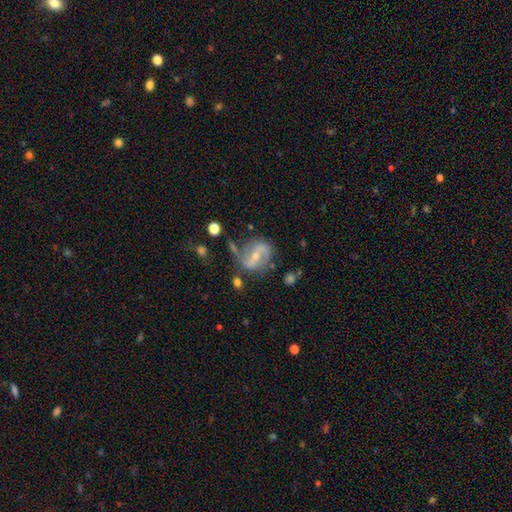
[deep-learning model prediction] smooth_or_featured: featured or disk (p=0.78) [alt: smooth p=0.14]
disk_edge_on: no (p=0.96) [alt: yes p=0.04]
bar: strong (p=0.51) [alt: weak p=0.33]
has_spiral_arms: yes (p=0.87) [alt: no p=0.13]
spiral_winding: loose (p=0.43) [alt: medium p=0.39]
spiral_arm_count: 2 (p=0.83) [alt: can't tell p=0.08]
bulge_size: small (p=0.57) [alt: moderate p=0.38]
merging: none (p=0.61) [alt: minor disturbance p=0.22]